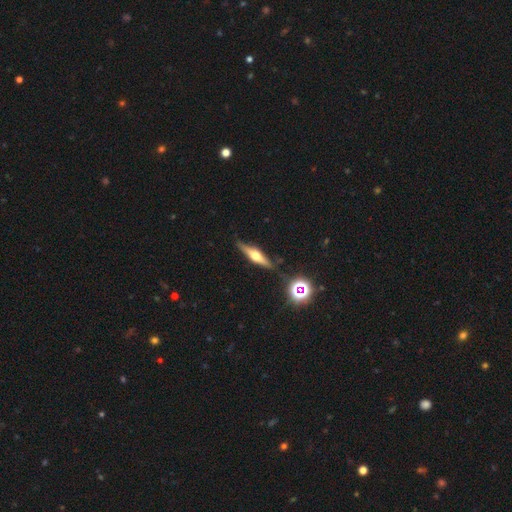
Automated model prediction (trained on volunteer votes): smooth-or-featured: featured or disk: 65% | smooth: 26% | star or artifact: 9%
  disk-edge-on: yes: 95% | no: 5%
    edge-on-bulge: rounded: 92% | boxy: 6% | none: 3%
  merging: none: 82% | minor disturbance: 12% | merger: 3% | major disturbance: 3%